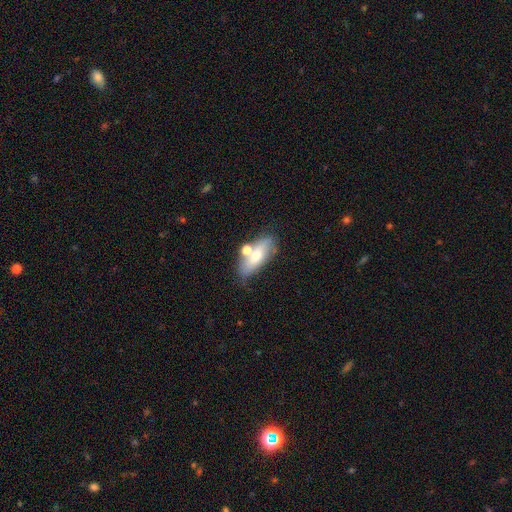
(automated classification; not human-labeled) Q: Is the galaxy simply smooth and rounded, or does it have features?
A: smooth — 55%.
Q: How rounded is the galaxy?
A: in between — 71%.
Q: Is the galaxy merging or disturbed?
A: none — 58%.